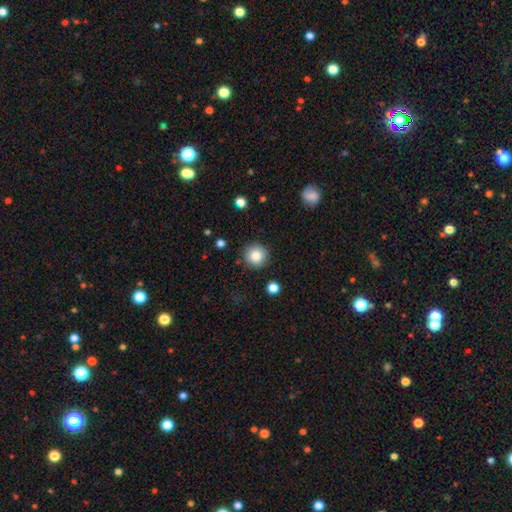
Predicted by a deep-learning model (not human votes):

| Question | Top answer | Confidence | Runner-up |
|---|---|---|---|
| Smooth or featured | smooth | 83% | star or artifact (10%) |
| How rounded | round | 95% | in between (4%) |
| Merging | none | 89% | minor disturbance (7%) |